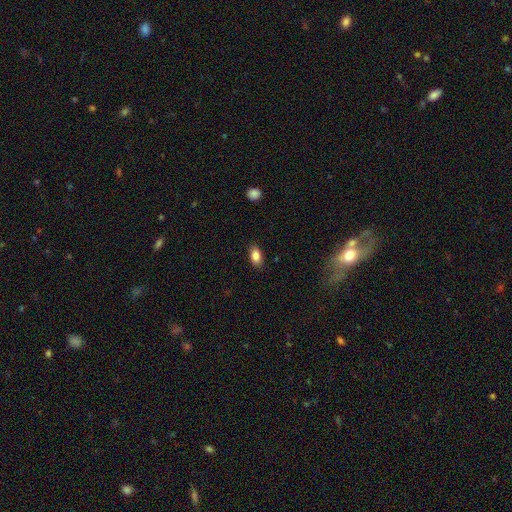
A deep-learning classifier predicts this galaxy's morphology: The model was most divided on "merging": none: 87%, minor disturbance: 10%, major disturbance: 2%, merger: 1%. More confident: how rounded — in between (90%); smooth or featured — smooth (86%).